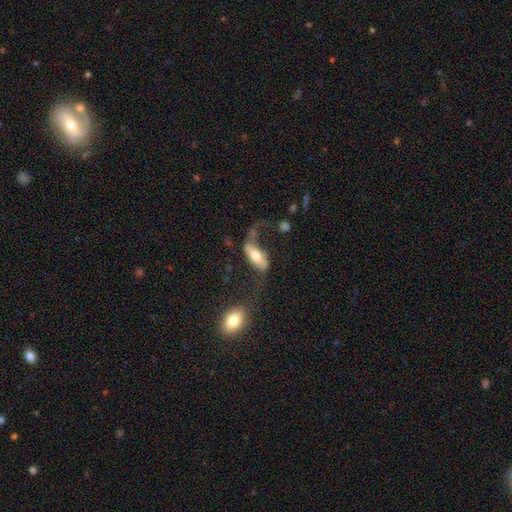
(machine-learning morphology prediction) smooth_or_featured: smooth (p=0.50) [alt: featured or disk p=0.43]
how_rounded: in between (p=0.72) [alt: cigar-shaped p=0.25]
merging: major disturbance (p=0.35) [tied with: none p=0.35]